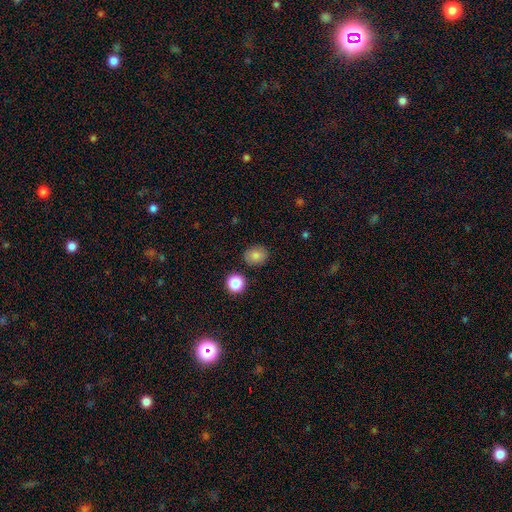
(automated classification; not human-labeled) Smooth or featured: smooth — 84% (star or artifact — 11%)
How rounded: round — 63% (in between — 36%)
Merging: none — 85% (minor disturbance — 10%)